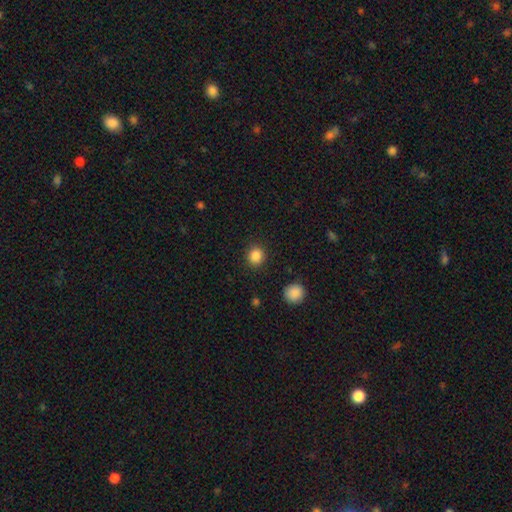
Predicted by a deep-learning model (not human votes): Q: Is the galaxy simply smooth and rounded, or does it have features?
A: smooth — 86%.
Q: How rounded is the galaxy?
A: round — 89%.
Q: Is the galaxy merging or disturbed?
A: none — 90%.